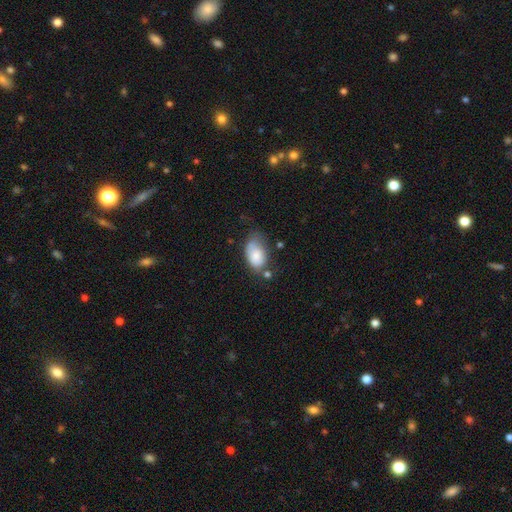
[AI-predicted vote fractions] smooth 76%, featured or disk 16%, star or artifact 7%. Down the decision tree: how rounded — in between (91%); merging — minor disturbance (36%).